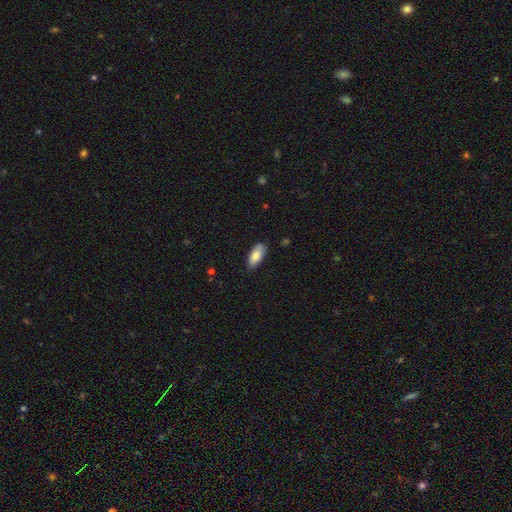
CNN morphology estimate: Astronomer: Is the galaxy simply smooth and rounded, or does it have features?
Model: smooth — 82%.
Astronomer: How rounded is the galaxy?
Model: in between — 89%.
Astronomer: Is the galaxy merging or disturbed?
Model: none — 81%.